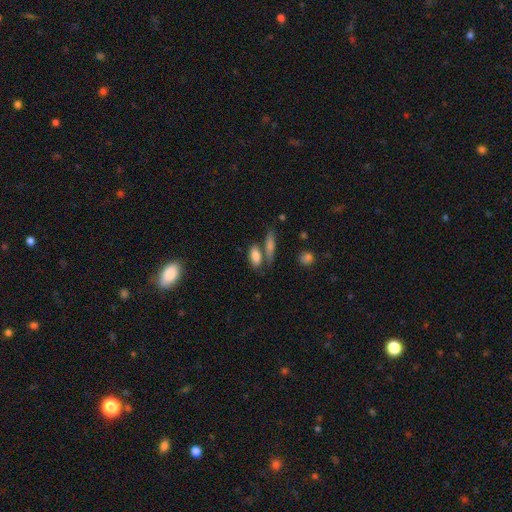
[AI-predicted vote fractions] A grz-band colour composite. It shows a smooth galaxy with no disk features (82%) that is in between round and cigar-shaped (77%). Merging: none (56%).